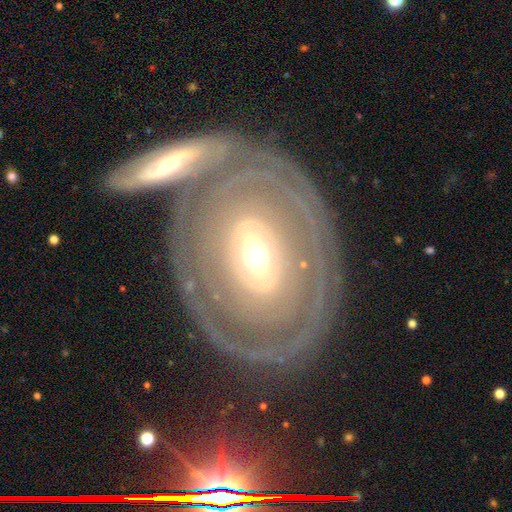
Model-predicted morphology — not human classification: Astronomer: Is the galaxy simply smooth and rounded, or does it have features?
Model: featured or disk — 79%.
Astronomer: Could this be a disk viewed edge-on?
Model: no — 93%.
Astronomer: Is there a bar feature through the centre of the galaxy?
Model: no — 45% (runner-up: weak, 31%).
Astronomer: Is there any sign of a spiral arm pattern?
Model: yes — 71%.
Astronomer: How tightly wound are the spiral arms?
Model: tight — 81%.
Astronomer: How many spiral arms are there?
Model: can't tell — 49%.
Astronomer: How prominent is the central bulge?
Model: moderate — 61%.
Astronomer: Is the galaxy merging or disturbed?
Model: none — 59%.